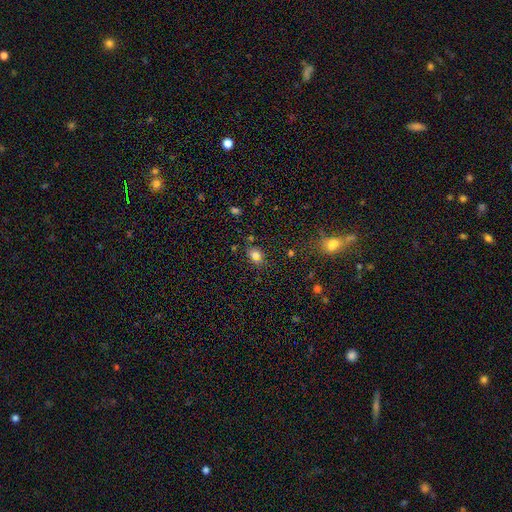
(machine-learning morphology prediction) Q: Smooth or featured?
A: smooth (80%); runner-up: star or artifact (13%)
Q: How rounded?
A: in between (53%); runner-up: round (46%)
Q: Merging?
A: none (79%); runner-up: minor disturbance (14%)